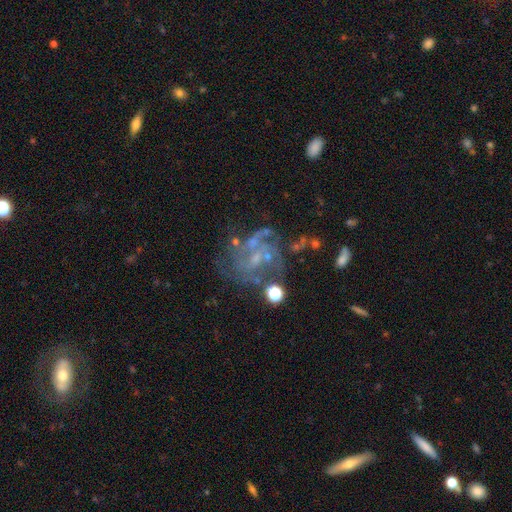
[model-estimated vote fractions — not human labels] smooth-or-featured: featured or disk: 72% | star or artifact: 16% | smooth: 12%
  disk-edge-on: no: 98% | yes: 2%
    bar: no: 65% | weak: 29% | strong: 6%
    has-spiral-arms: yes: 69% | no: 31%
    bulge-size: small: 55% | none: 27% | moderate: 16% | large: 1% | dominant: 1%
  merging: none: 48% | major disturbance: 25% | minor disturbance: 18% | merger: 10%